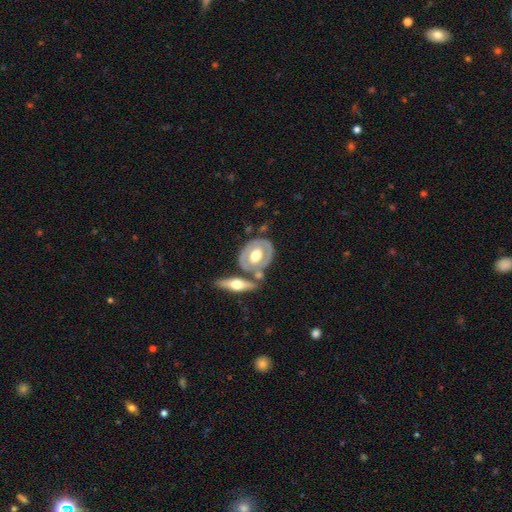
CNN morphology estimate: featured or disk 63%, smooth 32%, star or artifact 4%. Down the decision tree: edge-on disk — no (83%); bar — no (80%); spiral arms — no (78%); bulge size — moderate (57%); merging — none (60%).